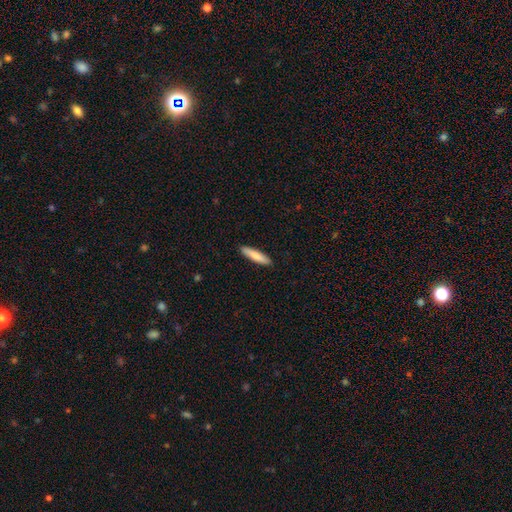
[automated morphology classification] smooth-or-featured: smooth: 81% | featured or disk: 14% | star or artifact: 5%
  how-rounded: cigar-shaped: 82% | in between: 17% | round: 1%
  merging: none: 91% | minor disturbance: 7% | major disturbance: 1% | merger: 1%